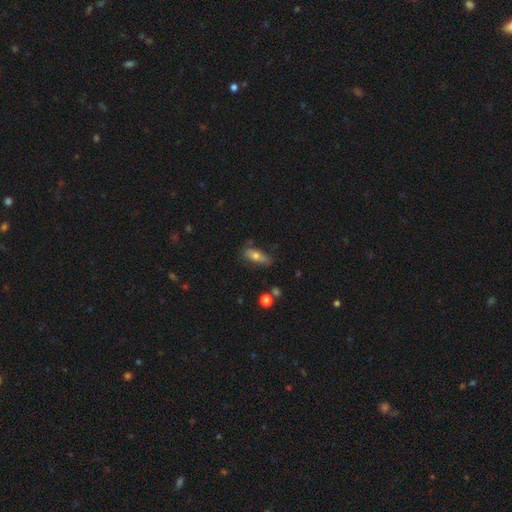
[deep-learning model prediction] smooth-or-featured: smooth: 67% | featured or disk: 25% | star or artifact: 8%
  how-rounded: in between: 69% | cigar-shaped: 27% | round: 4%
  merging: none: 67% | minor disturbance: 23% | major disturbance: 6% | merger: 4%